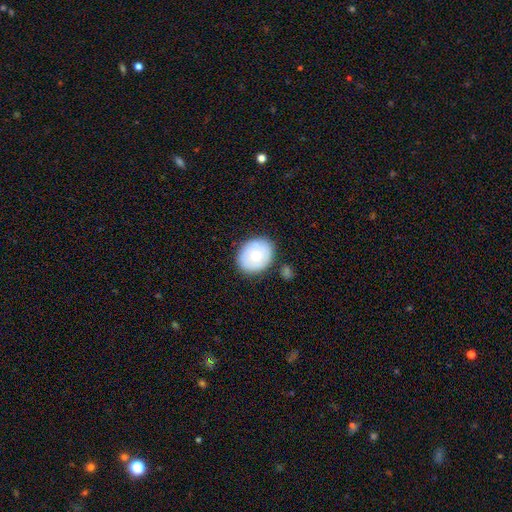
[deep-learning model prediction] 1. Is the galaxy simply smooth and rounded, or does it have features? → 66% smooth, 27% featured or disk, 7% star or artifact.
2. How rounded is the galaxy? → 61% round, 38% in between, 1% cigar-shaped.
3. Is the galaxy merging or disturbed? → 77% none, 14% minor disturbance, 6% merger, 3% major disturbance.